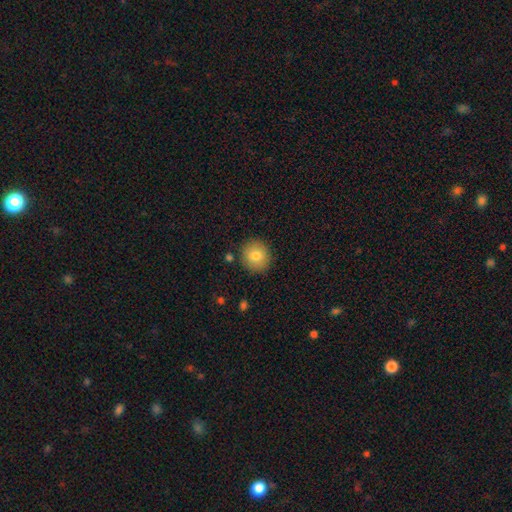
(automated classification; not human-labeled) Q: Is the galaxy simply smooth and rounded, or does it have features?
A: smooth — 80%.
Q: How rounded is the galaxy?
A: round — 91%.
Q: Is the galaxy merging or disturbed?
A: none — 89%.